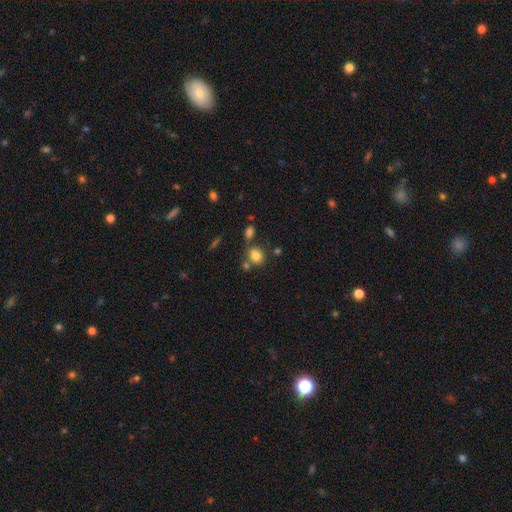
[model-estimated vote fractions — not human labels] smooth_or_featured: smooth (p=0.80) [alt: star or artifact p=0.11]
how_rounded: round (p=0.59) [alt: in between p=0.40]
merging: none (p=0.63) [alt: merger p=0.18]